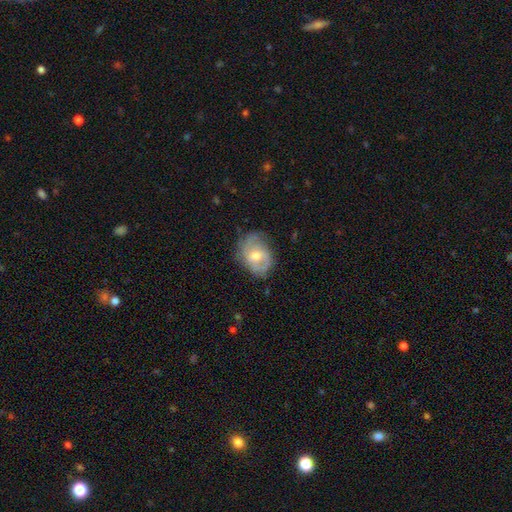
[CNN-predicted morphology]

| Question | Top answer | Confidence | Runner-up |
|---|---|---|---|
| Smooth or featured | featured or disk | 68% | smooth (26%) |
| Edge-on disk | no | 97% | yes (3%) |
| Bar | no | 48% | weak (43%) |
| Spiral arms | yes | 86% | no (14%) |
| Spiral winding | medium | 46% | tight (32%) |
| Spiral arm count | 2 | 65% | can't tell (19%) |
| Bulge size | moderate | 61% | small (34%) |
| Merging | none | 65% | minor disturbance (24%) |